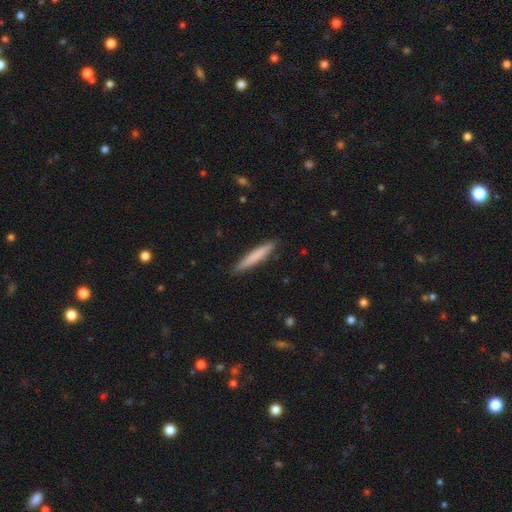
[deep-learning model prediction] smooth-or-featured: smooth: 74% | featured or disk: 20% | star or artifact: 5%
  how-rounded: cigar-shaped: 94% | in between: 4% | round: 1%
  merging: none: 88% | minor disturbance: 9% | major disturbance: 2% | merger: 1%